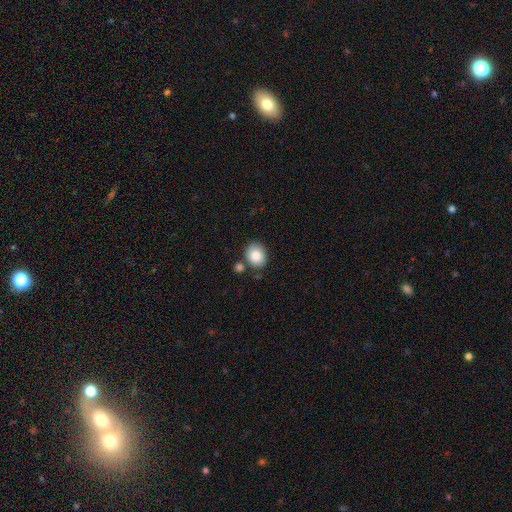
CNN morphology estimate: The model was most divided on "how rounded": round: 56%, in between: 44%, cigar-shaped: 1%. More confident: smooth or featured — smooth (84%); merging — none (75%).